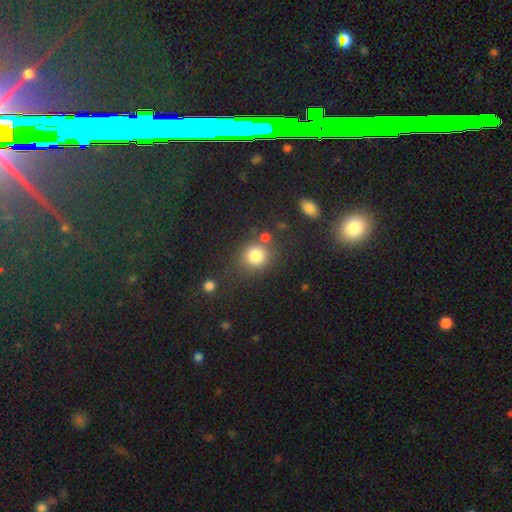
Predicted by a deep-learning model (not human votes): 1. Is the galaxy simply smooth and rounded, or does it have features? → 81% smooth, 12% star or artifact, 7% featured or disk.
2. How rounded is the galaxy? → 82% round, 16% in between, 1% cigar-shaped.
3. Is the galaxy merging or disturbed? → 70% none, 13% merger, 12% minor disturbance, 6% major disturbance.